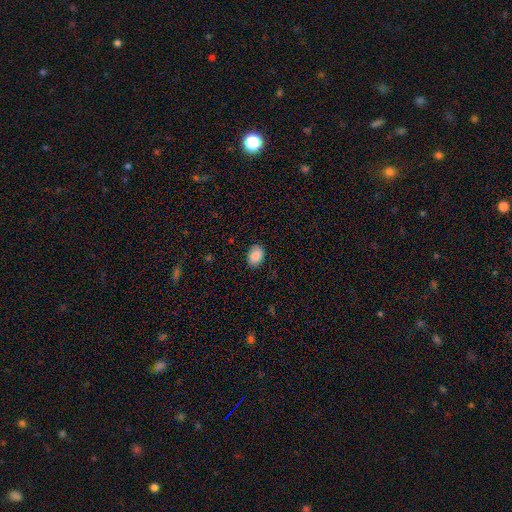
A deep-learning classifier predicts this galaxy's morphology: Q: Smooth or featured?
A: smooth (88%); runner-up: star or artifact (7%)
Q: How rounded?
A: in between (77%); runner-up: round (22%)
Q: Merging?
A: none (87%); runner-up: minor disturbance (10%)